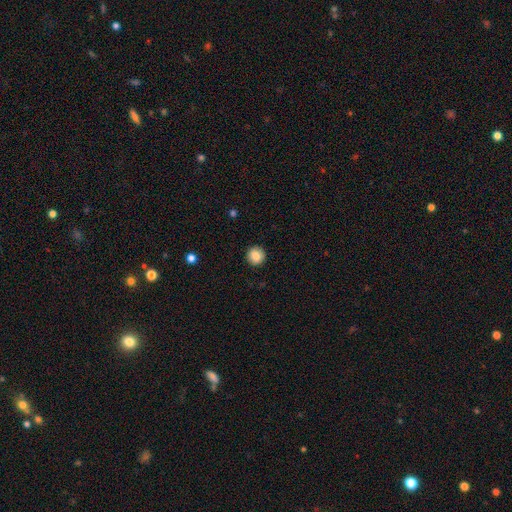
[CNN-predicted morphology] Smooth or featured?
  - smooth: 86% *
  - star or artifact: 8%
  - featured or disk: 6%
How rounded?
  - round: 93% *
  - in between: 6%
  - cigar-shaped: 1%
Merging?
  - none: 92% *
  - minor disturbance: 5%
  - major disturbance: 2%
  - merger: 1%